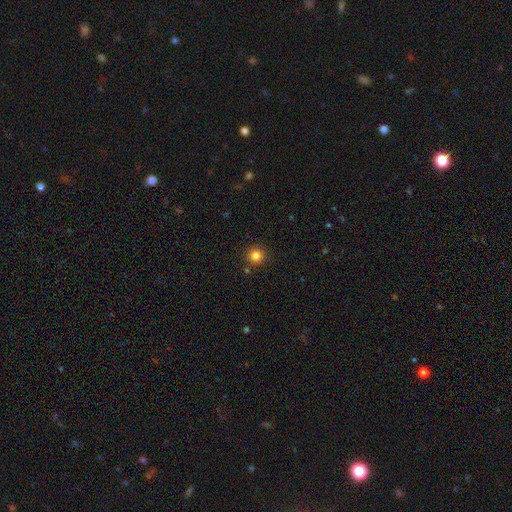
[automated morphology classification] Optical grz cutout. It shows a smooth galaxy with no disk features (83%) that is round (94%). Merging: none (88%).